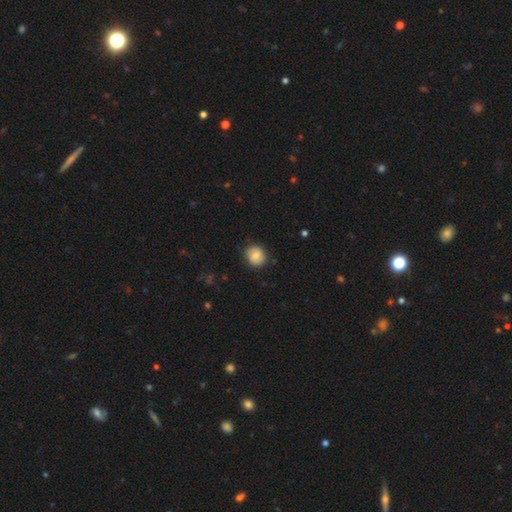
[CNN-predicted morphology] Smooth or featured?
  - smooth: 75% *
  - featured or disk: 17%
  - star or artifact: 8%
How rounded?
  - round: 82% *
  - in between: 17%
  - cigar-shaped: 1%
Merging?
  - none: 81% *
  - minor disturbance: 15%
  - major disturbance: 3%
  - merger: 1%